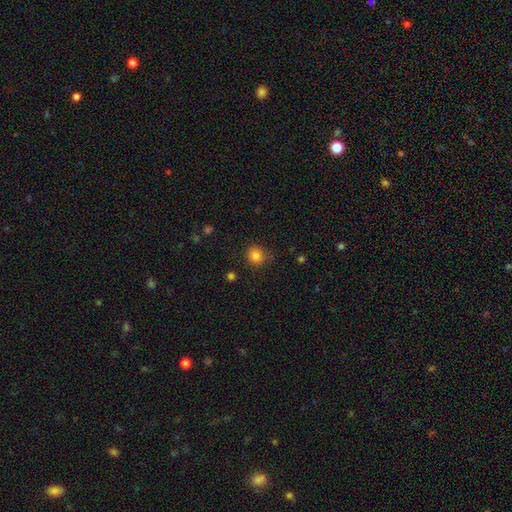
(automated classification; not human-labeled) Smooth or featured? smooth (82%)
How rounded? round (88%)
Merging? none (83%)